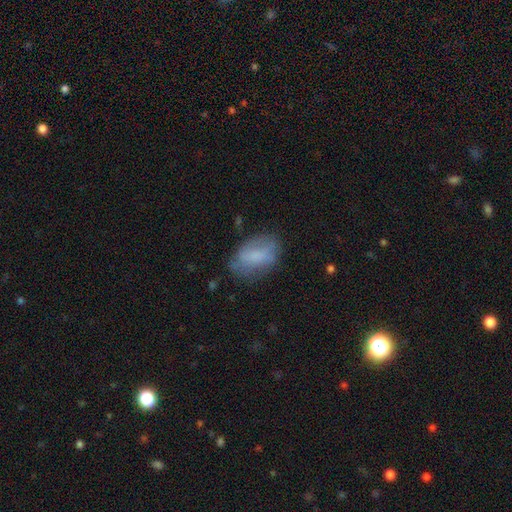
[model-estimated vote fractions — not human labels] smooth_or_featured: smooth (p=0.70) [alt: featured or disk p=0.22]
how_rounded: in between (p=0.90) [alt: round p=0.08]
merging: none (p=0.60) [alt: minor disturbance p=0.27]